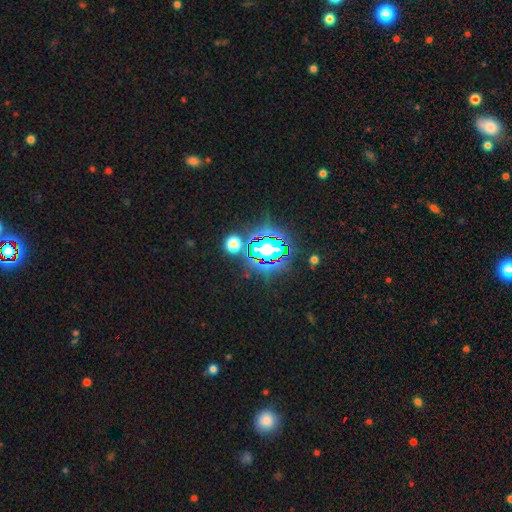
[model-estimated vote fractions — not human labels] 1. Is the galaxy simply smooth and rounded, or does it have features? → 81% star or artifact, 12% smooth, 7% featured or disk.